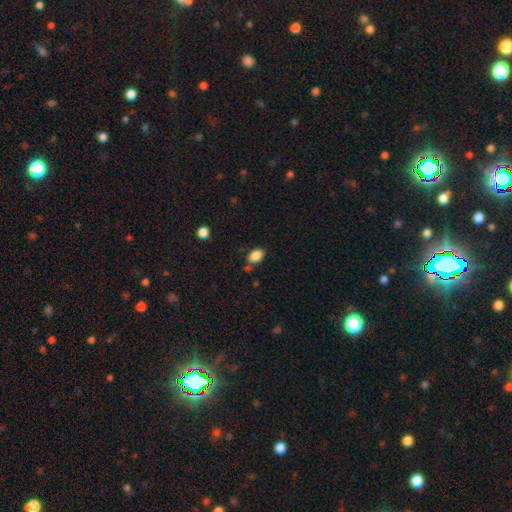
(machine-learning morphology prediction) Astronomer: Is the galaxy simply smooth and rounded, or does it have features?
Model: smooth — 86%.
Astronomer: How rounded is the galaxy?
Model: in between — 73%.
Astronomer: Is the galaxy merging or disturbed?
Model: none — 72%.